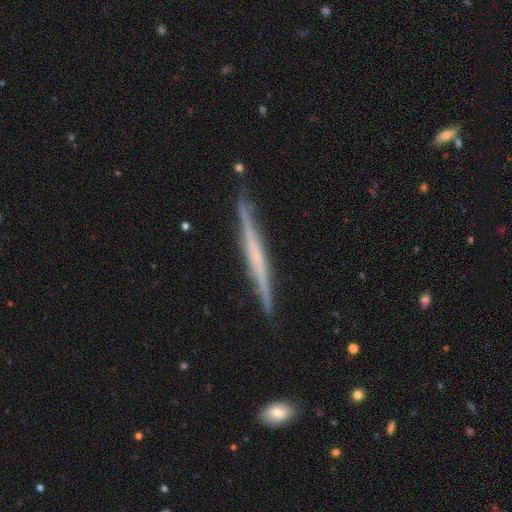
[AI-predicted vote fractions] This appears to be a featured or disk galaxy (66%) viewed edge-on (98%) with no central bulge (77%). Merging: none (88%).